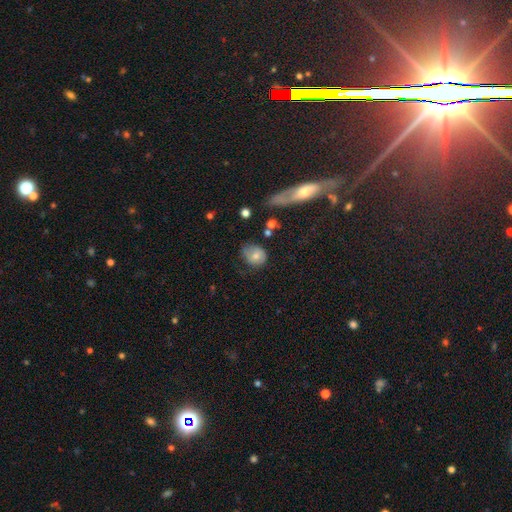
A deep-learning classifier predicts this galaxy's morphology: smooth 70%, featured or disk 21%, star or artifact 10%. Down the decision tree: how rounded — round (63%); merging — none (46%).